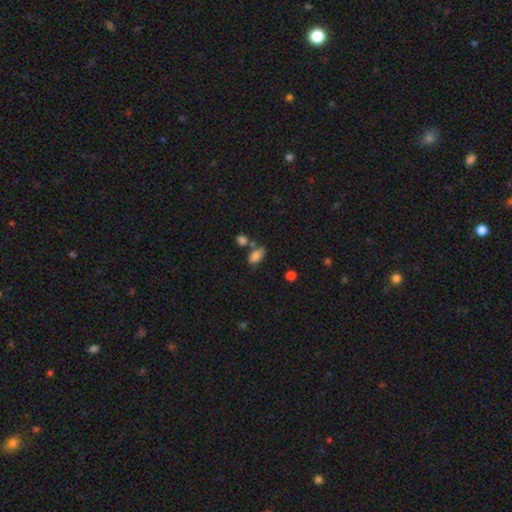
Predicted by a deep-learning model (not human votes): Smooth or featured: smooth — 82% (star or artifact — 9%)
How rounded: in between — 89% (round — 6%)
Merging: none — 57% (merger — 21%)